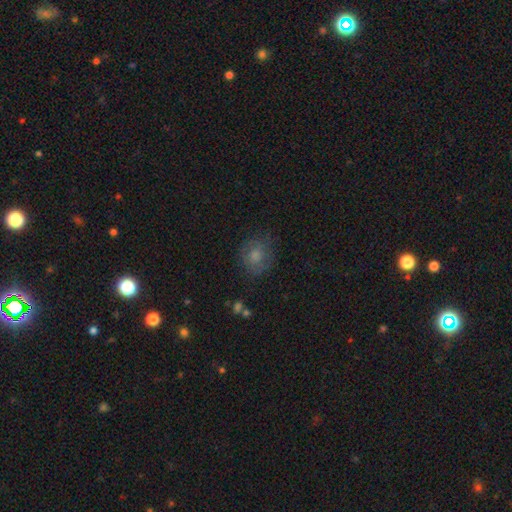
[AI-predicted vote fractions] Morphology: type=smooth (65%); roundness=round (74%); merging=none (72%).